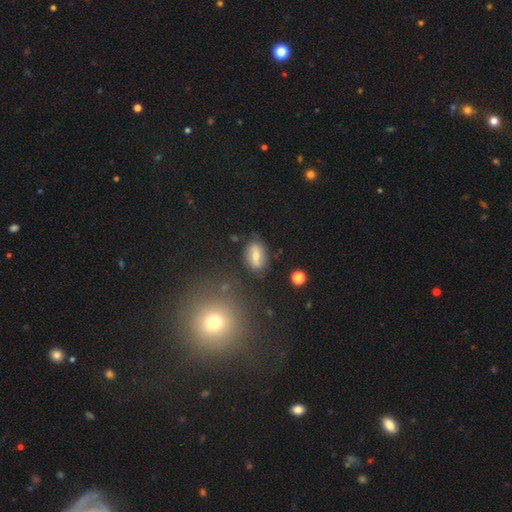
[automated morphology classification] Smooth or featured?
  - smooth: 52% *
  - featured or disk: 38%
  - star or artifact: 10%
How rounded?
  - in between: 81% *
  - round: 12%
  - cigar-shaped: 6%
Merging?
  - none: 79% *
  - minor disturbance: 14%
  - major disturbance: 4%
  - merger: 4%